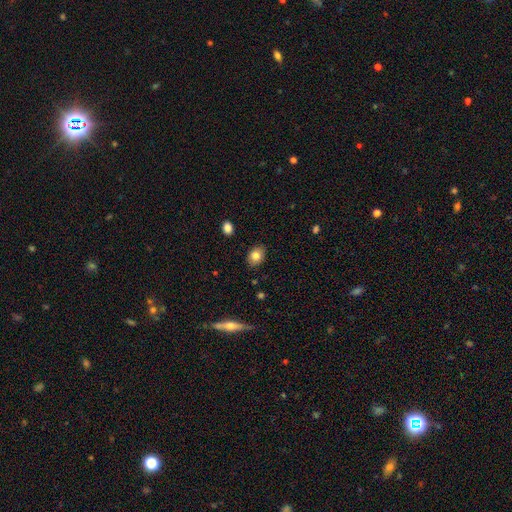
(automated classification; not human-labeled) This appears to be a smooth galaxy with no disk features (81%) that is in between round and cigar-shaped (66%). Merging: none (87%).